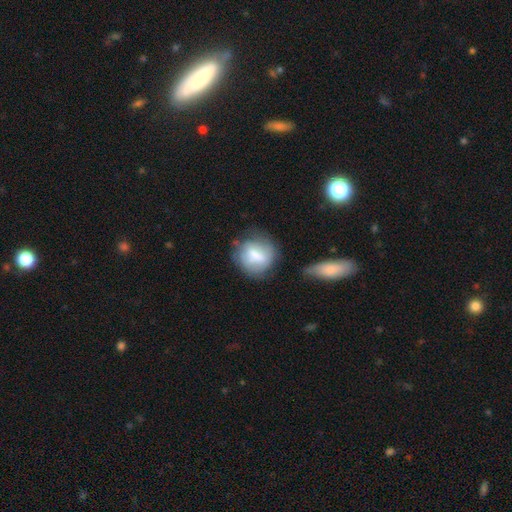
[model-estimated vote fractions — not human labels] Smooth or featured? smooth (61%)
How rounded? round (75%)
Merging? none (56%)